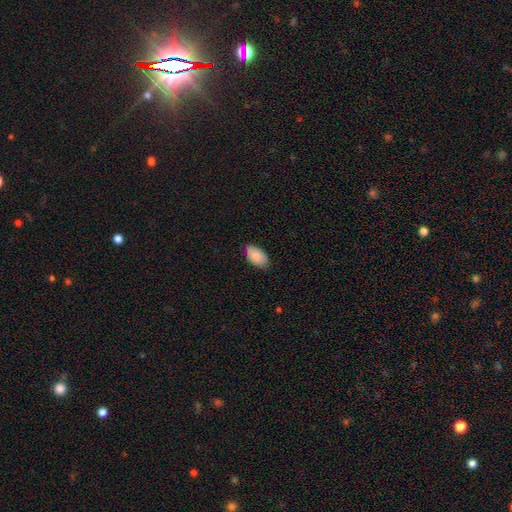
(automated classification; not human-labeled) Overall: smooth (86%). How rounded: in between (94%). Merging: none (81%).